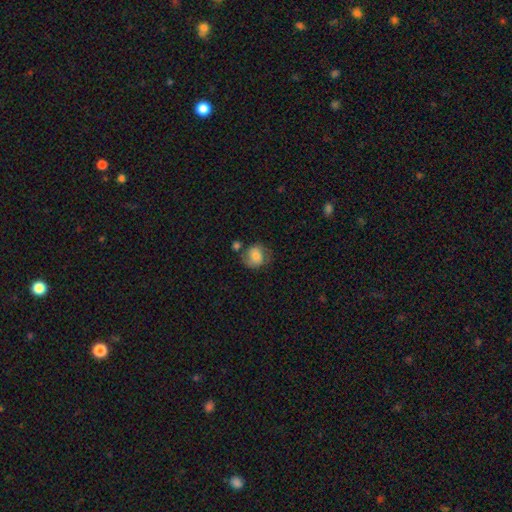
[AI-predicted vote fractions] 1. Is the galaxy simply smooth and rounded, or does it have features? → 64% smooth, 27% featured or disk, 9% star or artifact.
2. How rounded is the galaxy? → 71% round, 28% in between, 1% cigar-shaped.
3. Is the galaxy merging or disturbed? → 56% none, 22% minor disturbance, 13% merger, 10% major disturbance.